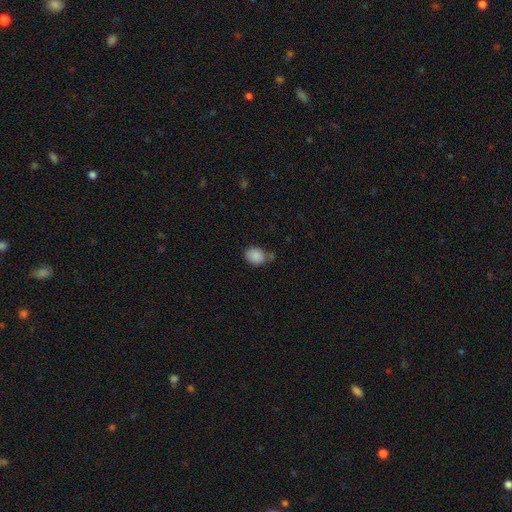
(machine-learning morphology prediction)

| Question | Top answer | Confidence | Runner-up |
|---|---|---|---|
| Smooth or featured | smooth | 87% | star or artifact (8%) |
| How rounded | in between | 53% | round (46%) |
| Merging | none | 63% | minor disturbance (22%) |